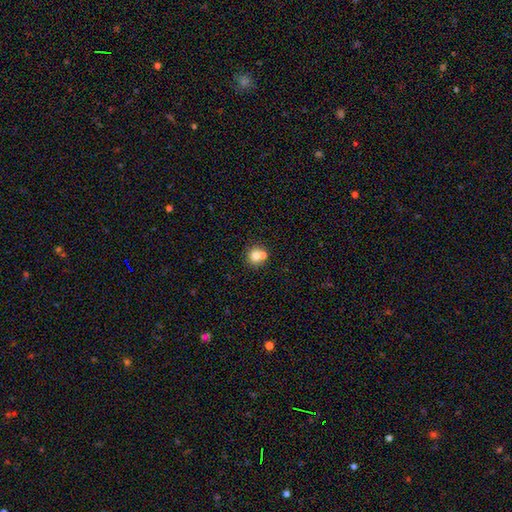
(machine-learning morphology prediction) A smooth galaxy with no disk features (74%) that is round (87%).

Vote fractions:
- Smooth or featured? smooth: 74% / featured or disk: 15% / star or artifact: 11%
- How rounded? round: 87% / in between: 12% / cigar-shaped: 1%
- Merging? none: 49% / merger: 42% / minor disturbance: 7% / major disturbance: 3%